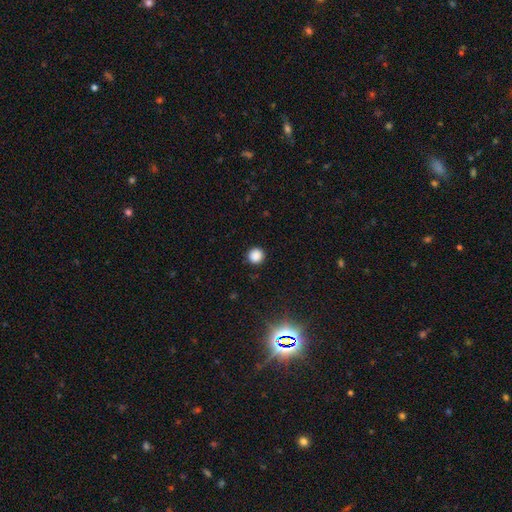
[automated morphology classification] This is clearly a smooth galaxy (86%). How rounded: clearly round (94%). Merging: clearly none (92%).